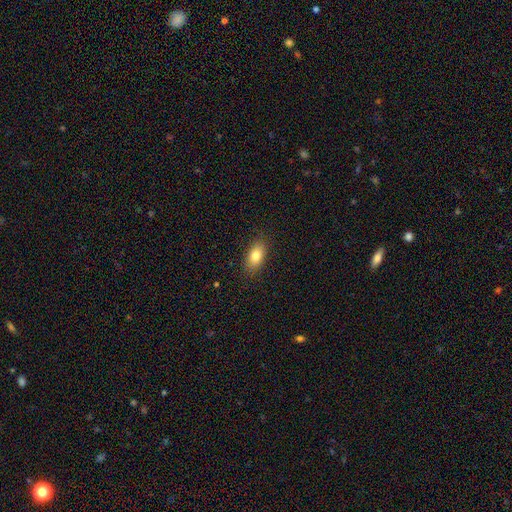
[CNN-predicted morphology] smooth-or-featured: smooth: 82% | featured or disk: 10% | star or artifact: 8%
  how-rounded: in between: 87% | round: 7% | cigar-shaped: 6%
  merging: none: 87% | minor disturbance: 10% | major disturbance: 2% | merger: 1%